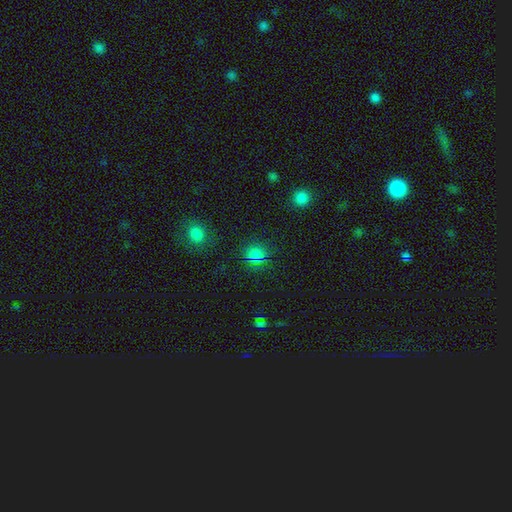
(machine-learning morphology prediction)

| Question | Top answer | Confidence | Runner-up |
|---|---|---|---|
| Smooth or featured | smooth | 61% | star or artifact (33%) |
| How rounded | round | 89% | in between (10%) |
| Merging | none | 85% | minor disturbance (9%) |